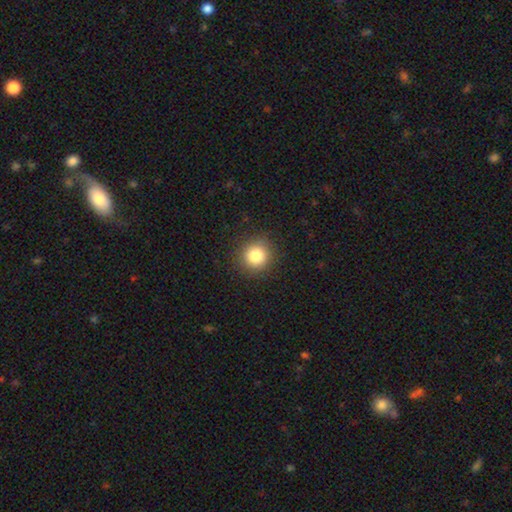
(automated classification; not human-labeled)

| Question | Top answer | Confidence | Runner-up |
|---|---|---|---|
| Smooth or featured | smooth | 83% | star or artifact (11%) |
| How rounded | round | 93% | in between (6%) |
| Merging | none | 90% | minor disturbance (6%) |